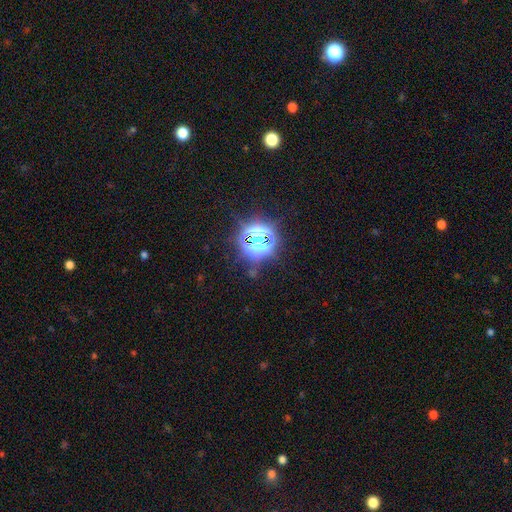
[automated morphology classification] A star or artifact, not a galaxy (82%).